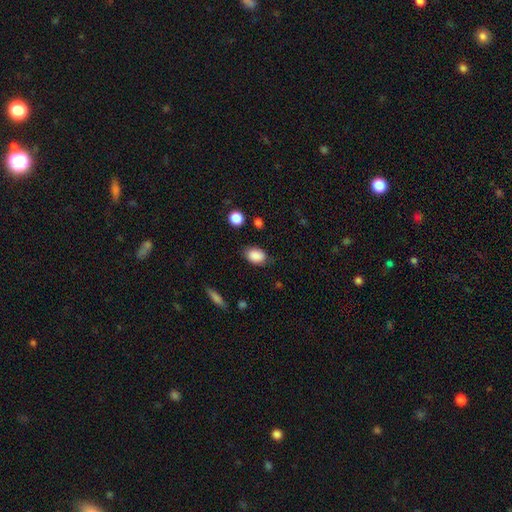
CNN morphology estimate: A smooth galaxy with no disk features (87%) that is in between round and cigar-shaped (80%). Merging: none (77%).